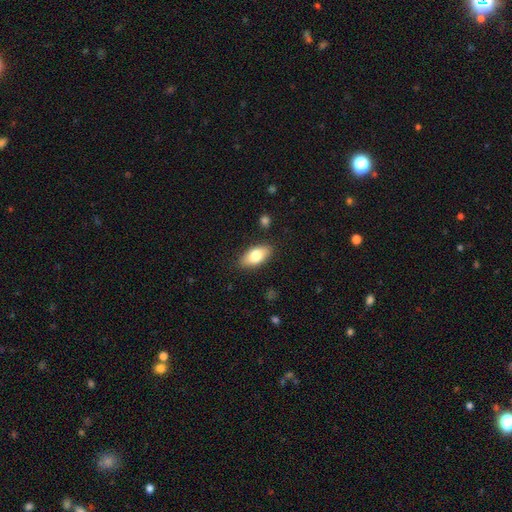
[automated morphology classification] Smooth or featured?
  - smooth: 77% *
  - featured or disk: 16%
  - star or artifact: 7%
How rounded?
  - in between: 89% *
  - cigar-shaped: 7%
  - round: 4%
Merging?
  - none: 86% *
  - minor disturbance: 10%
  - major disturbance: 2%
  - merger: 1%